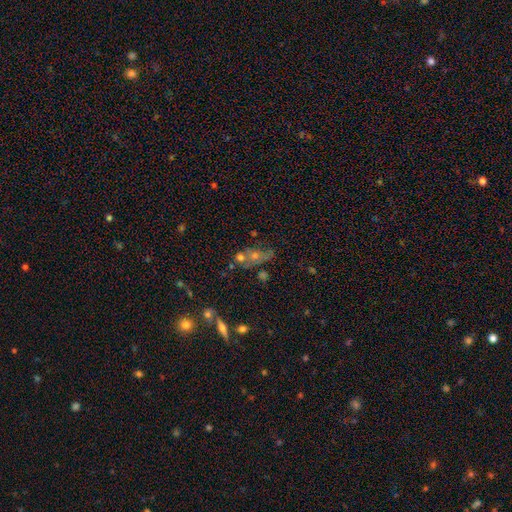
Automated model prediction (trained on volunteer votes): A smooth galaxy with no disk features (41%). Merging: none (41%).